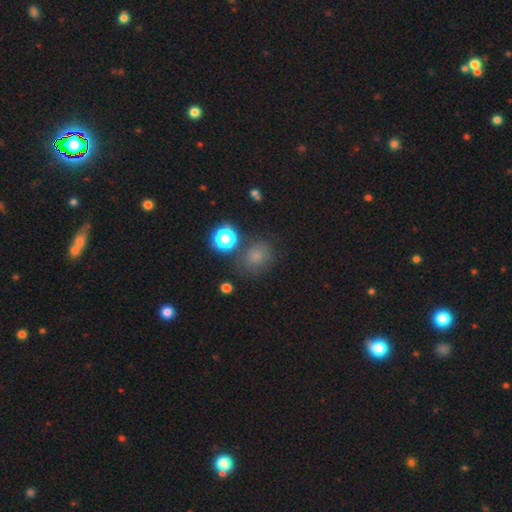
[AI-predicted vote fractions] smooth 69%, star or artifact 23%, featured or disk 8%. Down the decision tree: how rounded — round (69%); merging — none (71%).